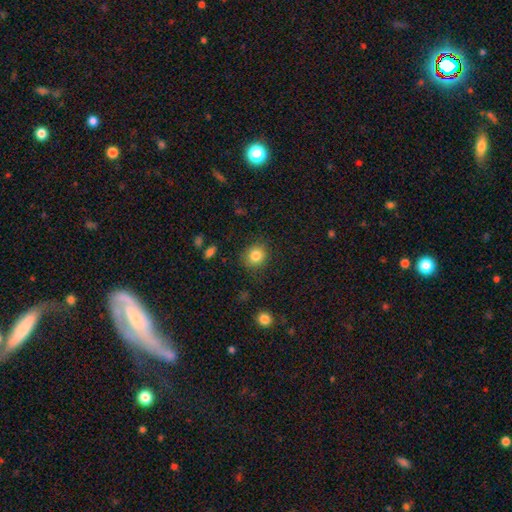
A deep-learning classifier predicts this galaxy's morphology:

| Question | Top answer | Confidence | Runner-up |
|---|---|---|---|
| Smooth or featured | smooth | 83% | star or artifact (10%) |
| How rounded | round | 82% | in between (17%) |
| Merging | none | 85% | minor disturbance (11%) |